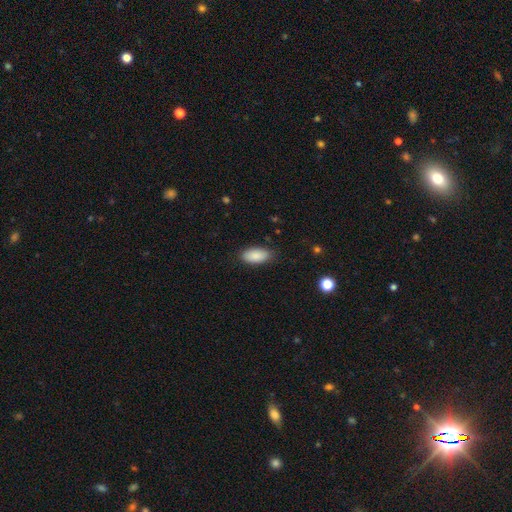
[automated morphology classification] Smooth or featured? Predicted: smooth (p=0.88). How rounded? Predicted: in between (p=0.92). Merging? Predicted: none (p=0.85).